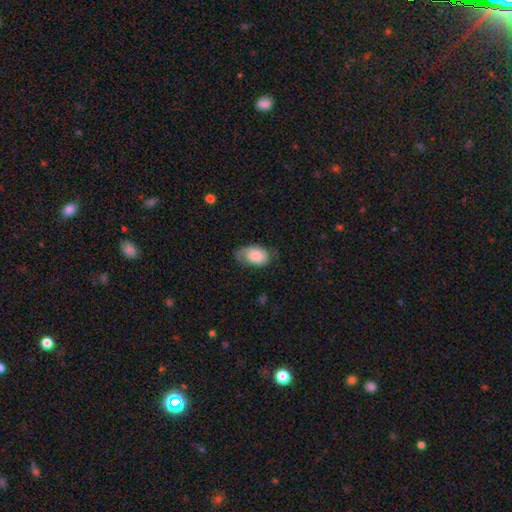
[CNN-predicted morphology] This appears to be a smooth galaxy with no disk features (61%) that is in between round and cigar-shaped (89%). Merging: none (46%).